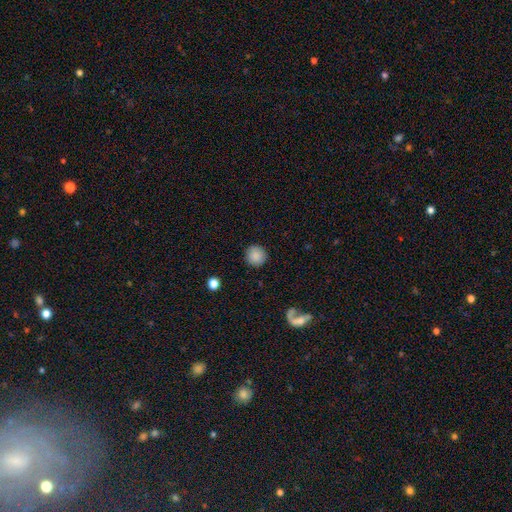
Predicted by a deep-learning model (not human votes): Overall: smooth (86%). How rounded: round (94%). Merging: none (90%).